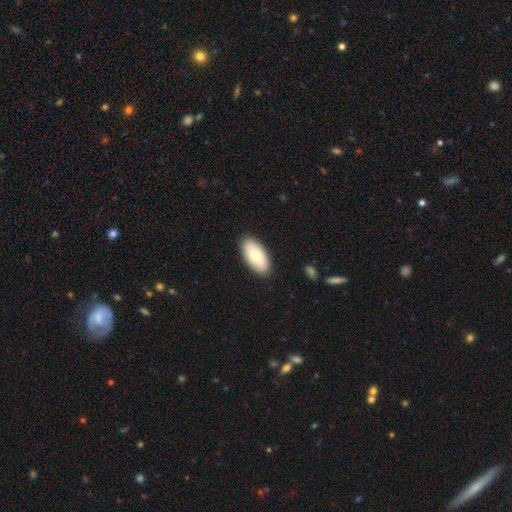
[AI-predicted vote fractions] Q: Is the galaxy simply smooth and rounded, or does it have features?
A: smooth — 73%.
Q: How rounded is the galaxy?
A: in between — 94%.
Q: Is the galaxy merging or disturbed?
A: none — 89%.